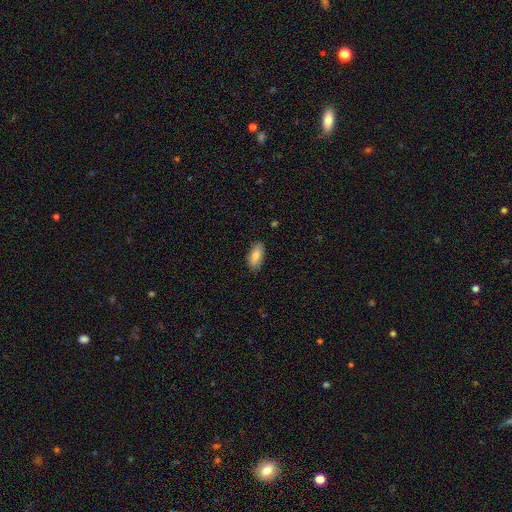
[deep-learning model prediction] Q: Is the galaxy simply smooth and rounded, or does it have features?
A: smooth — 80%.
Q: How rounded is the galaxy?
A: in between — 87%.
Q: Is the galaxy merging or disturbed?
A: none — 83%.